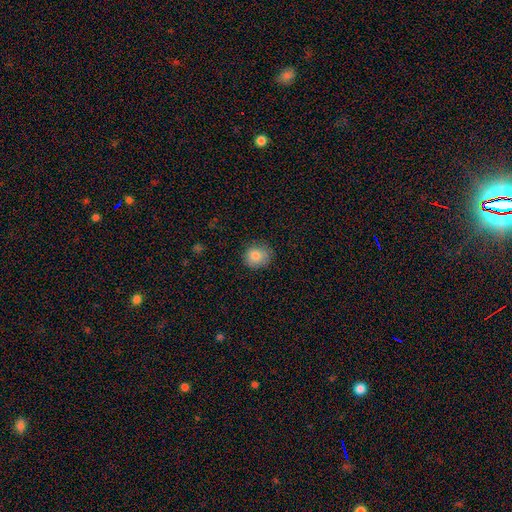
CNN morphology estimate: Smooth or featured: smooth — 82% (star or artifact — 10%)
How rounded: round — 82% (in between — 17%)
Merging: none — 81% (minor disturbance — 15%)